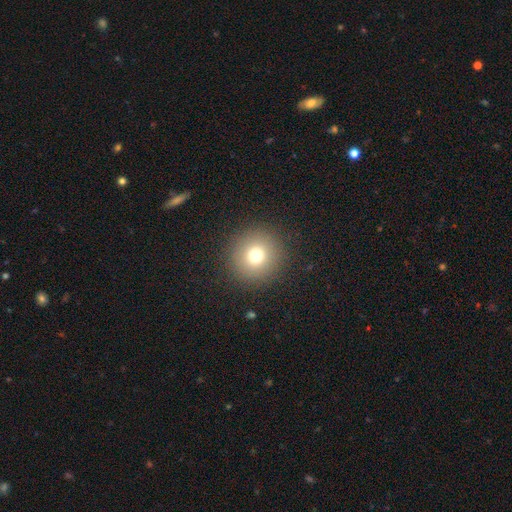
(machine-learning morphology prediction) smooth_or_featured: smooth (p=0.74) [alt: star or artifact p=0.15]
how_rounded: round (p=0.96) [alt: in between p=0.03]
merging: none (p=0.91) [alt: minor disturbance p=0.05]